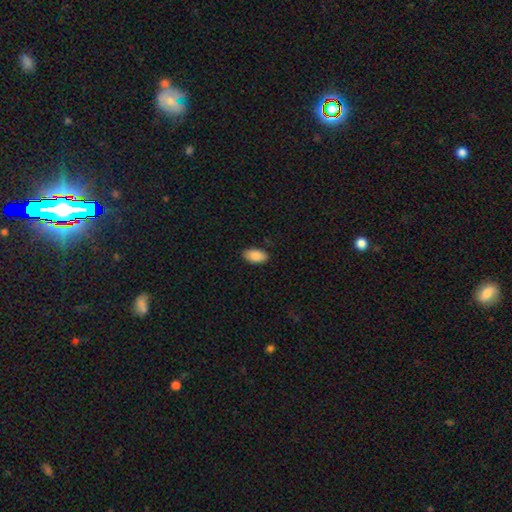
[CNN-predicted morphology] The model was most divided on "merging": none: 86%, minor disturbance: 11%, major disturbance: 2%, merger: 1%. More confident: how rounded — in between (94%); smooth or featured — smooth (88%).